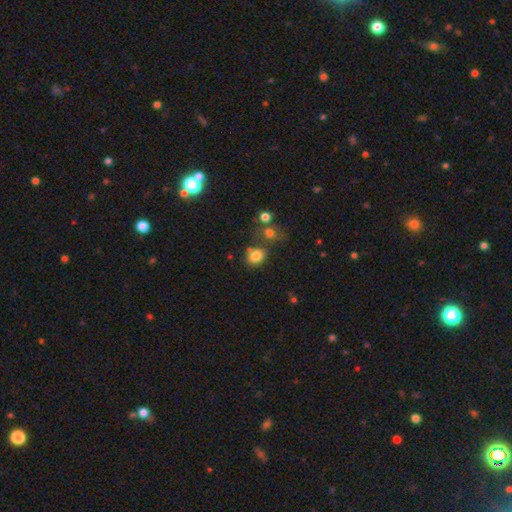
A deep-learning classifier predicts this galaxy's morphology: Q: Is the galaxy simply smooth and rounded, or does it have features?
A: smooth — 81%.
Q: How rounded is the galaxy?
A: round — 58%.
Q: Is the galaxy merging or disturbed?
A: none — 62%.